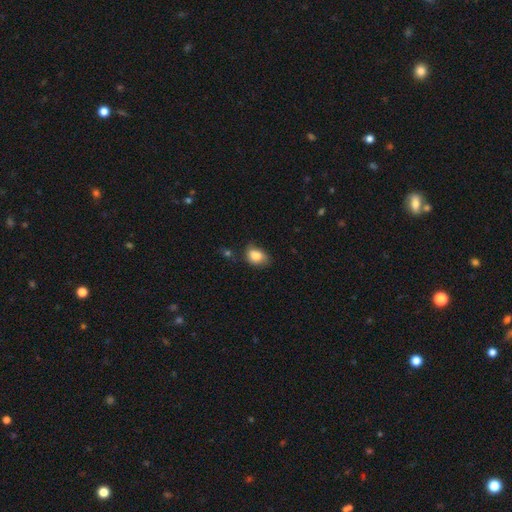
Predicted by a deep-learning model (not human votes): Q: Smooth or featured?
A: smooth (83%); runner-up: featured or disk (9%)
Q: How rounded?
A: in between (70%); runner-up: round (28%)
Q: Merging?
A: none (53%); runner-up: minor disturbance (33%)